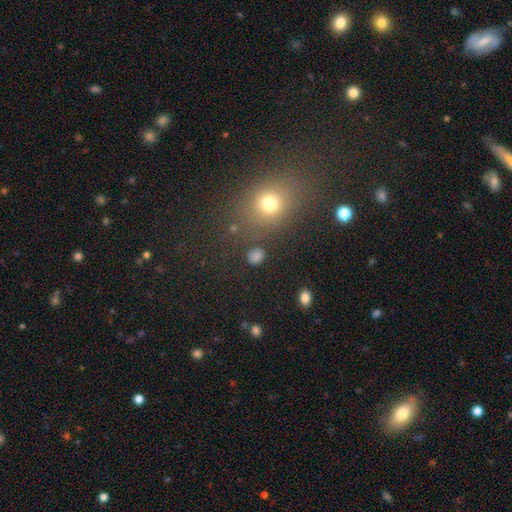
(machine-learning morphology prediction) smooth 61%, star or artifact 29%, featured or disk 10%. Down the decision tree: how rounded — round (62%); merging — none (77%).